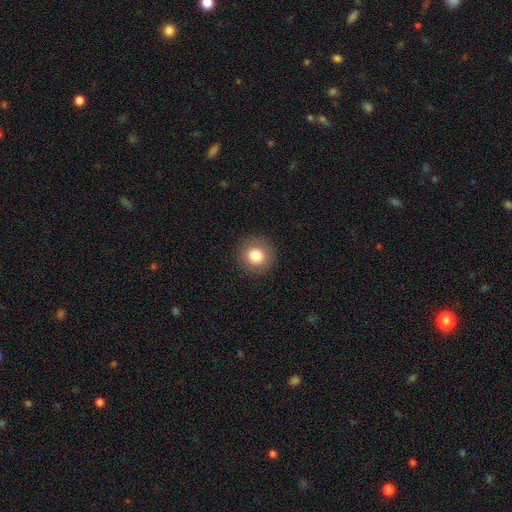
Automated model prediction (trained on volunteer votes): The model was most divided on "smooth or featured": smooth: 80%, featured or disk: 10%, star or artifact: 10%. More confident: how rounded — round (94%); merging — none (91%).